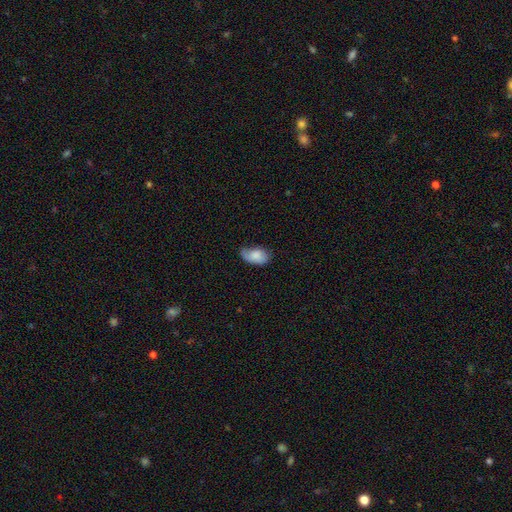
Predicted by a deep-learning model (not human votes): smooth_or_featured: smooth (p=0.80) [alt: featured or disk p=0.13]
how_rounded: in between (p=0.93) [alt: round p=0.05]
merging: none (p=0.52) [alt: minor disturbance p=0.36]